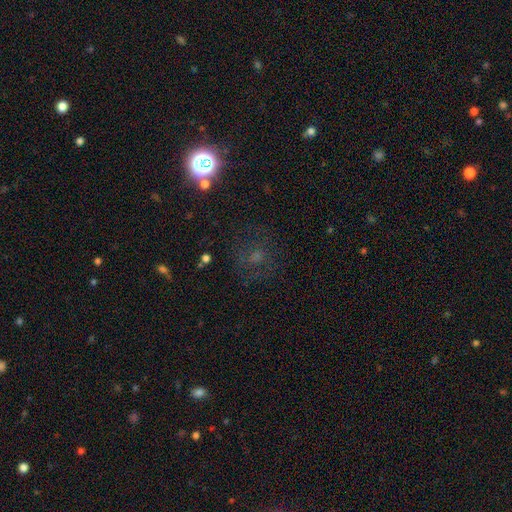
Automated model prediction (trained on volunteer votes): Smooth or featured?
  - star or artifact: 43% *
  - smooth: 37%
  - featured or disk: 21%